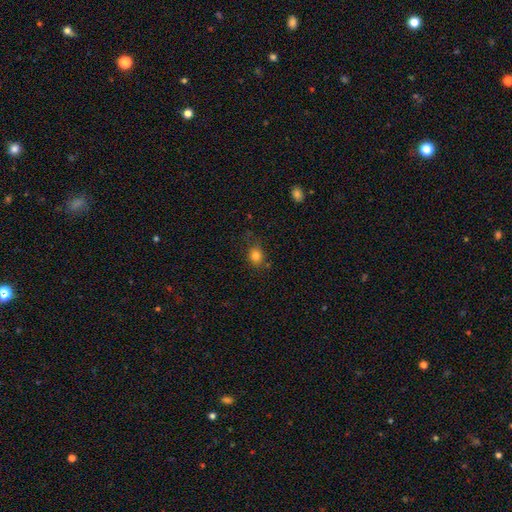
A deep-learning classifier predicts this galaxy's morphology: A smooth galaxy with no disk features (81%) that is round (62%).

Vote fractions:
- Smooth or featured? smooth: 81% / star or artifact: 12% / featured or disk: 6%
- How rounded? round: 62% / in between: 36% / cigar-shaped: 1%
- Merging? none: 72% / minor disturbance: 19% / major disturbance: 6% / merger: 4%